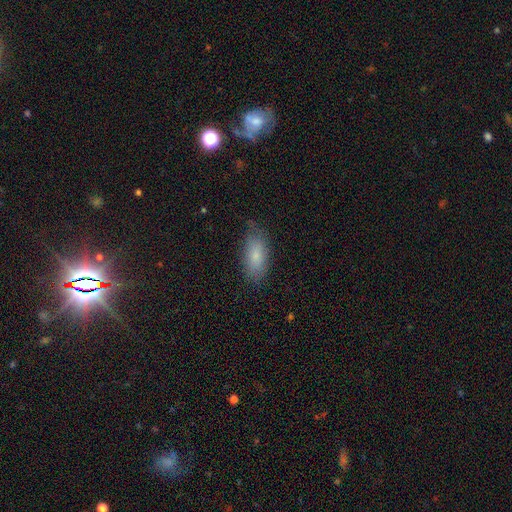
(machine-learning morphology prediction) Smooth or featured? Predicted: smooth (p=0.79). How rounded? Predicted: in between (p=0.84). Merging? Predicted: none (p=0.76).